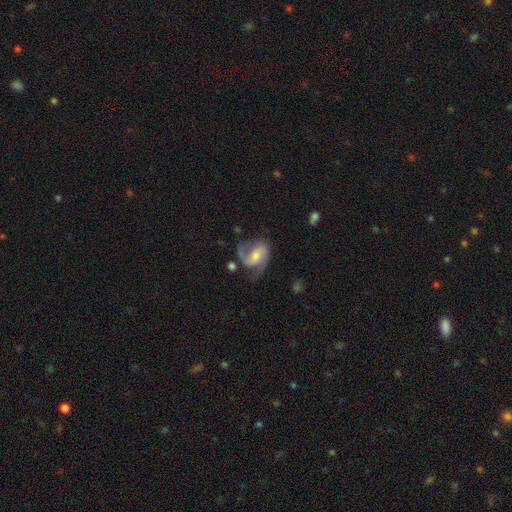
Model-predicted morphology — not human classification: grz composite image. It shows a featured or disk galaxy (83%) with a weak bar (47%), 2 (78%) medium (51%) spiral arms (96%) and a moderate central bulge (50%). Merging: none (54%).